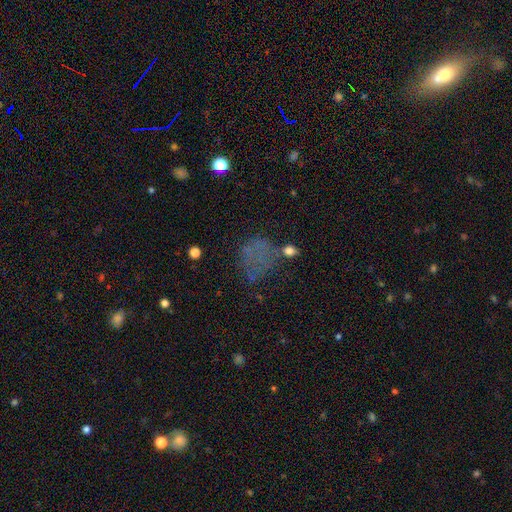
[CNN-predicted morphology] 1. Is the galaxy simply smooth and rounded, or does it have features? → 48% smooth, 29% star or artifact, 23% featured or disk.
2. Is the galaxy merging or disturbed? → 46% none, 26% major disturbance, 20% minor disturbance, 8% merger.